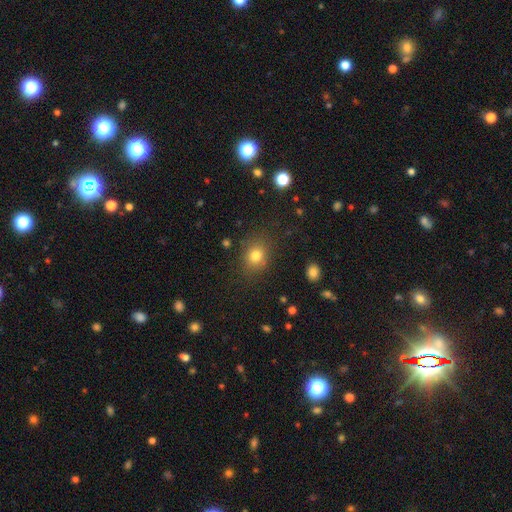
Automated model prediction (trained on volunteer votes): The model was most divided on "how rounded": round: 58%, in between: 41%, cigar-shaped: 1%. More confident: merging — none (81%); smooth or featured — smooth (79%).